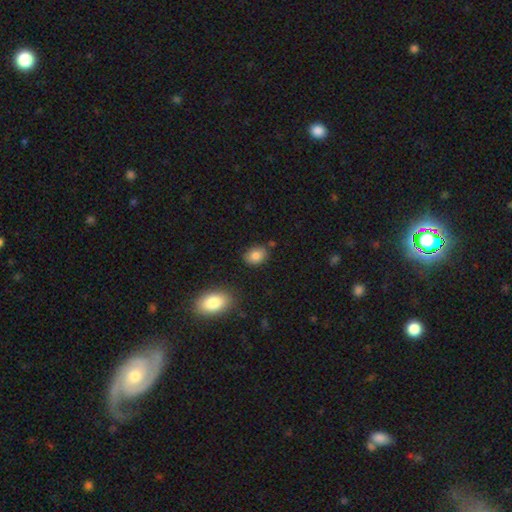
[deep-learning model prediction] Smooth or featured: smooth — 83% (star or artifact — 9%)
How rounded: in between — 72% (round — 26%)
Merging: none — 79% (minor disturbance — 14%)